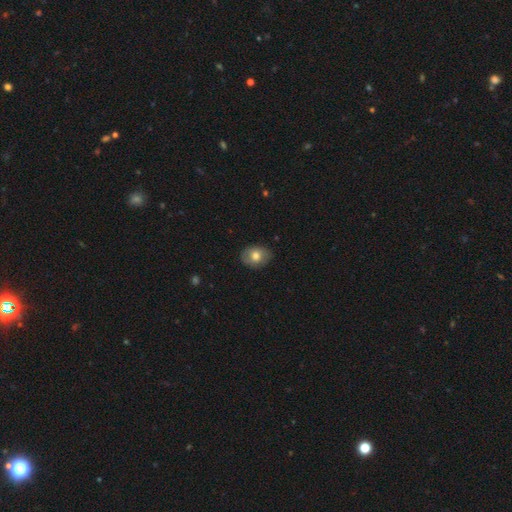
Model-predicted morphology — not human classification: type=smooth (71%); roundness=in between (62%); merging=none (83%).